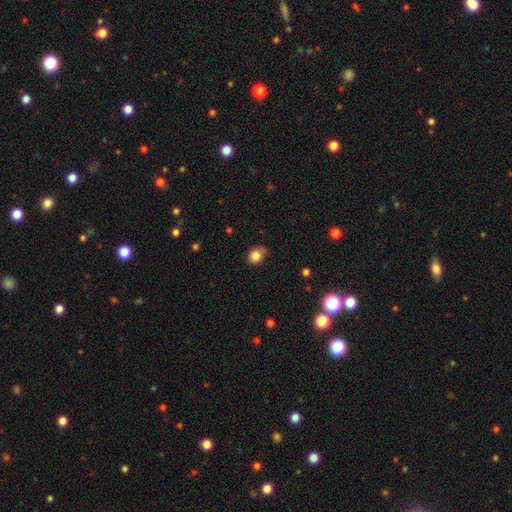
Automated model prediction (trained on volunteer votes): smooth_or_featured: smooth (p=0.84) [alt: star or artifact p=0.10]
how_rounded: round (p=0.66) [alt: in between p=0.33]
merging: none (p=0.67) [alt: minor disturbance p=0.26]